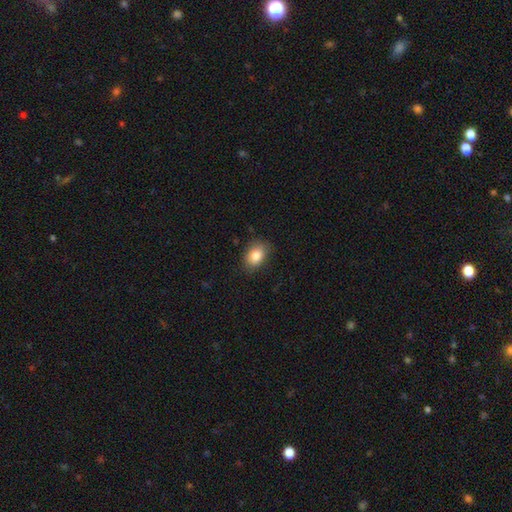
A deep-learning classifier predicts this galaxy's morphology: smooth 84%, star or artifact 8%, featured or disk 8%. Down the decision tree: how rounded — in between (79%); merging — none (80%).